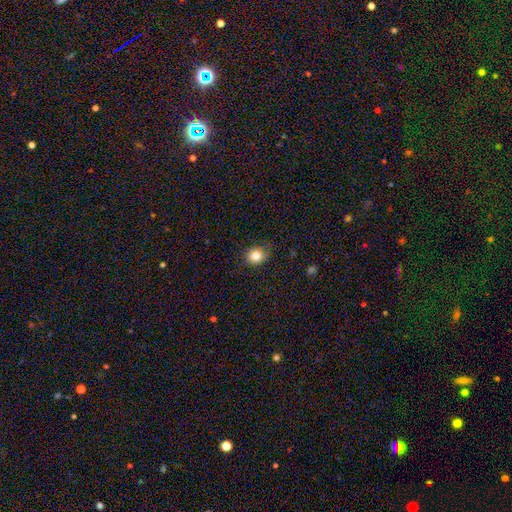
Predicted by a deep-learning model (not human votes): smooth_or_featured: smooth (p=0.82) [alt: star or artifact p=0.11]
how_rounded: round (p=0.67) [alt: in between p=0.32]
merging: none (p=0.76) [alt: minor disturbance p=0.19]